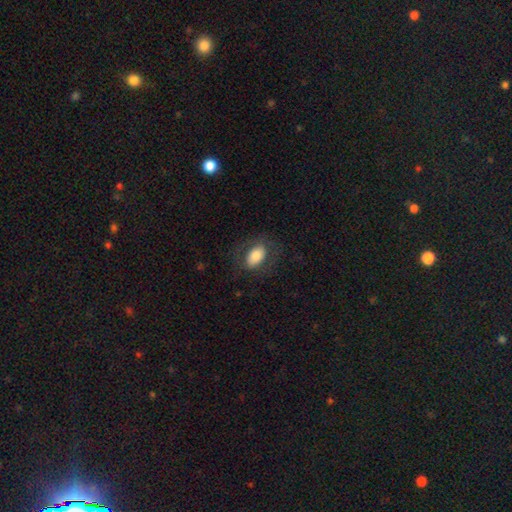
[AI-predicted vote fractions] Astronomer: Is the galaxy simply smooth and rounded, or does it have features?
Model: smooth — 72%.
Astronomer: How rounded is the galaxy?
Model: in between — 89%.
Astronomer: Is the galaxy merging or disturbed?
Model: none — 74%.